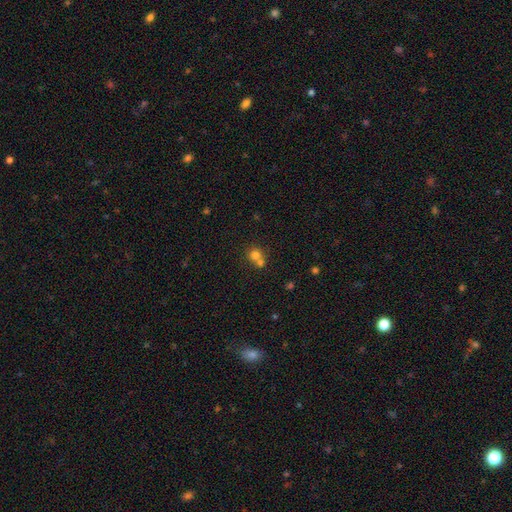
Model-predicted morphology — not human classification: Smooth or featured: smooth — 74% (star or artifact — 14%)
How rounded: round — 85% (in between — 14%)
Merging: merger — 50% (none — 41%)